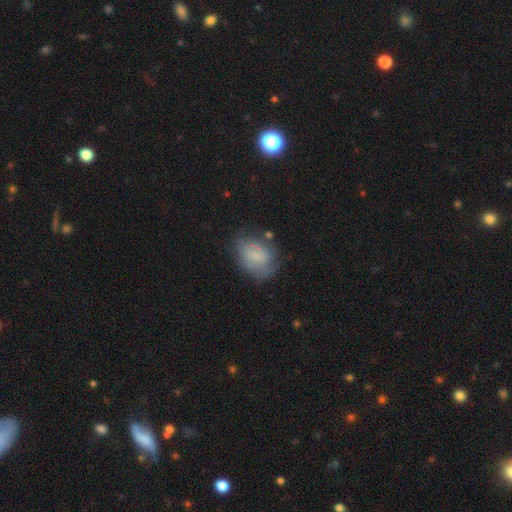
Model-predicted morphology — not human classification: A smooth galaxy with no disk features (67%) that is in between round and cigar-shaped (65%). Merging: none (57%).